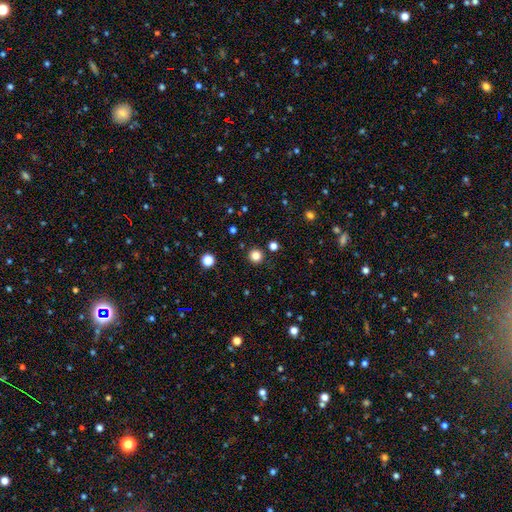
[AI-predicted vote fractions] Smooth or featured: smooth — 82% (star or artifact — 14%)
How rounded: round — 95% (in between — 4%)
Merging: none — 91% (minor disturbance — 5%)